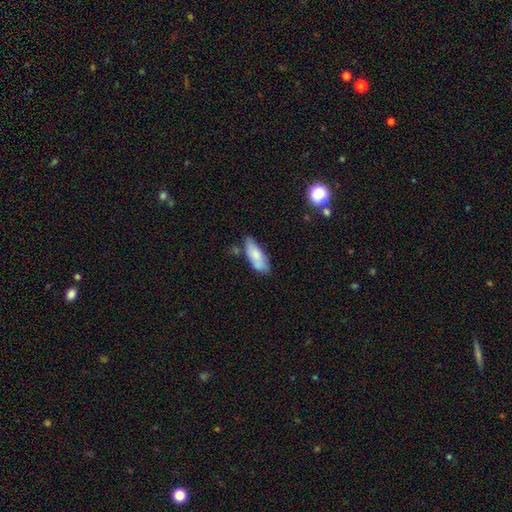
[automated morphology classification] A smooth galaxy with no disk features (75%) that is in between round and cigar-shaped (68%). Merging: none (57%).